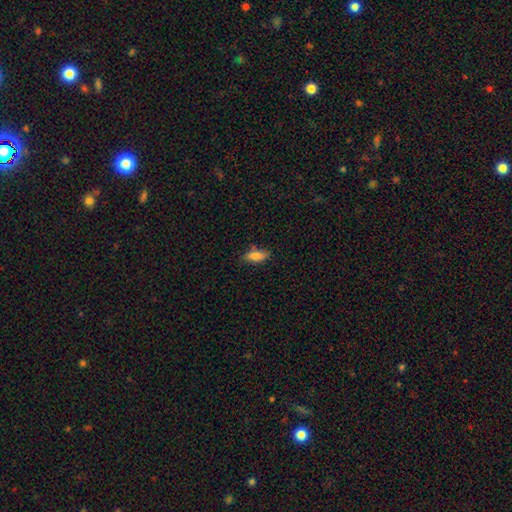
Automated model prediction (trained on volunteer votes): smooth 84%, featured or disk 8%, star or artifact 8%. Down the decision tree: how rounded — in between (76%); merging — none (73%).